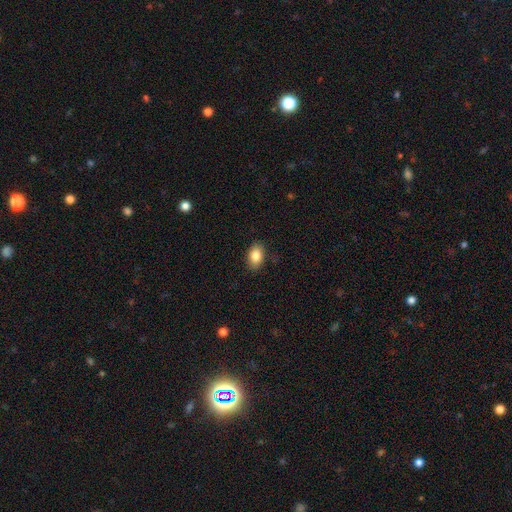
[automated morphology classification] Smooth or featured? smooth (88%)
How rounded? in between (86%)
Merging? none (85%)